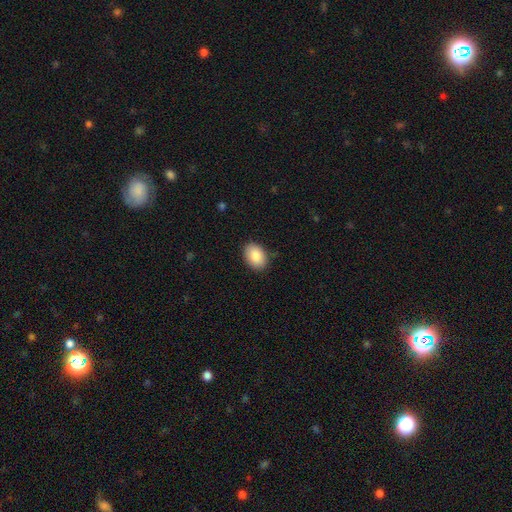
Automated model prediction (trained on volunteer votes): smooth-or-featured: smooth: 88% | star or artifact: 7% | featured or disk: 5%
  how-rounded: in between: 83% | round: 16% | cigar-shaped: 1%
  merging: none: 86% | minor disturbance: 11% | major disturbance: 2% | merger: 1%